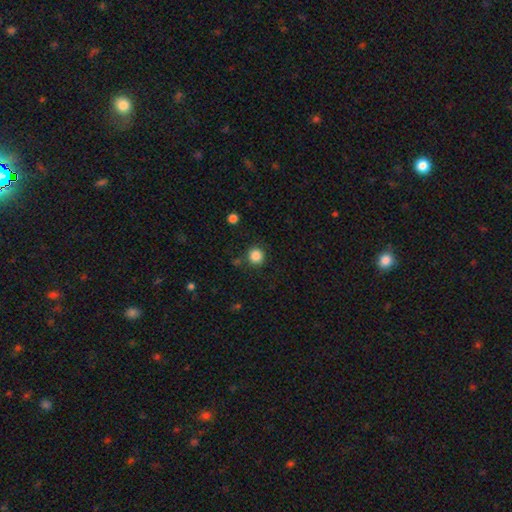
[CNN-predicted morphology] Overall: smooth (86%). How rounded: round (93%). Merging: none (87%).